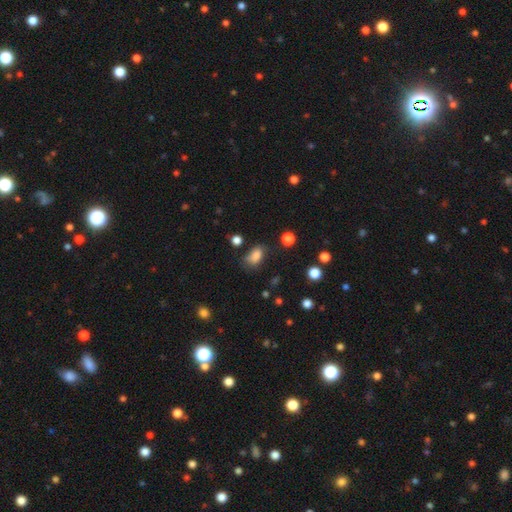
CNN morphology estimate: Smooth or featured: smooth — 81% (star or artifact — 11%)
How rounded: in between — 83% (round — 15%)
Merging: none — 57% (minor disturbance — 28%)